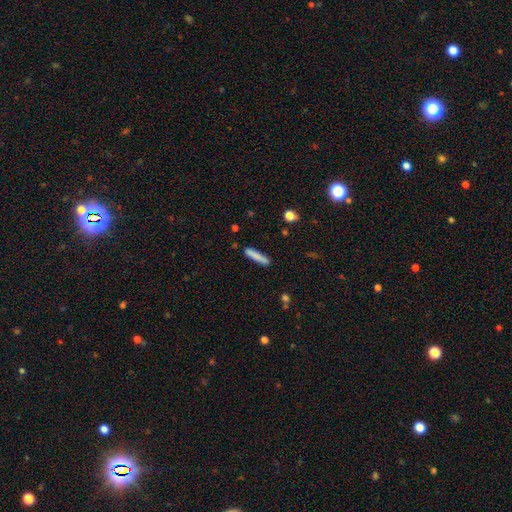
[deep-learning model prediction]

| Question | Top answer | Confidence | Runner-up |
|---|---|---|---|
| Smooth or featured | smooth | 82% | featured or disk (11%) |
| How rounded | cigar-shaped | 91% | in between (8%) |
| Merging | none | 86% | minor disturbance (10%) |